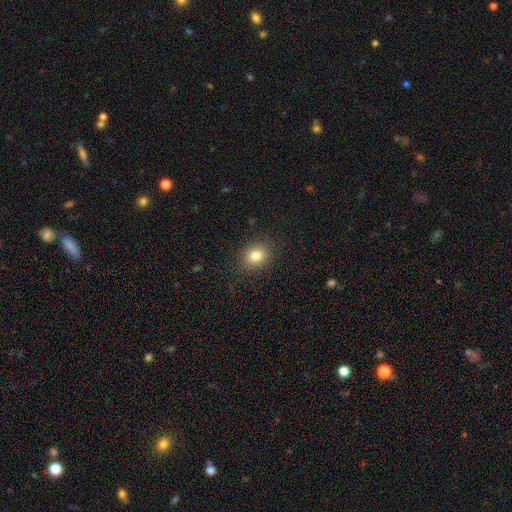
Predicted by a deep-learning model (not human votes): Smooth or featured?
  - smooth: 80% *
  - star or artifact: 12%
  - featured or disk: 8%
How rounded?
  - round: 67% *
  - in between: 32%
  - cigar-shaped: 1%
Merging?
  - none: 88% *
  - minor disturbance: 8%
  - major disturbance: 3%
  - merger: 1%